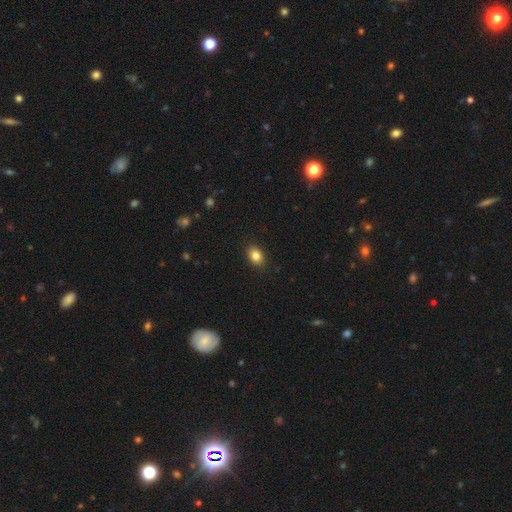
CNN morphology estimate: Smooth or featured?
  - smooth: 85% *
  - star or artifact: 10%
  - featured or disk: 6%
How rounded?
  - in between: 69% *
  - round: 29%
  - cigar-shaped: 1%
Merging?
  - none: 89% *
  - minor disturbance: 8%
  - major disturbance: 2%
  - merger: 1%